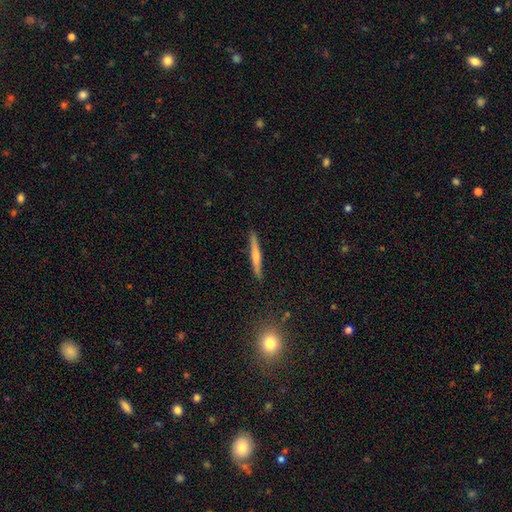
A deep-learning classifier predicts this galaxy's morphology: This appears to be a featured or disk galaxy (62%) viewed edge-on (96%) with a rounded central bulge (72%). Merging: none (89%).